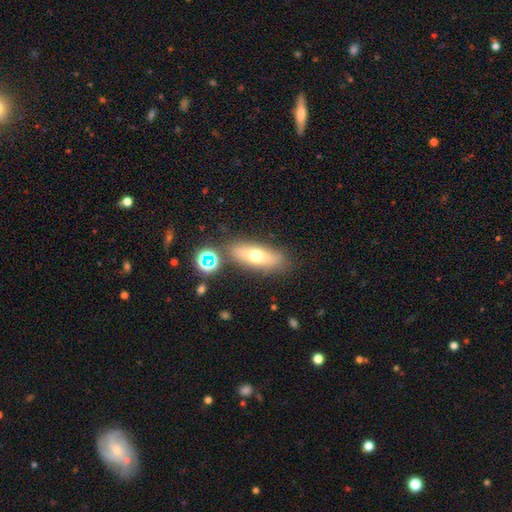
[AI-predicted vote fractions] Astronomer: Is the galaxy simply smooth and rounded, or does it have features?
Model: smooth — 59%.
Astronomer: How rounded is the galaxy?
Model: in between — 60%.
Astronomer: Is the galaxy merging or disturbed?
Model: none — 79%.